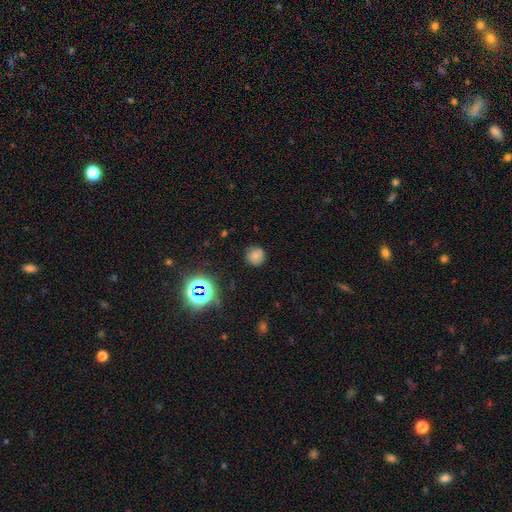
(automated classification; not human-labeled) Q: Smooth or featured?
A: smooth (70%); runner-up: star or artifact (19%)
Q: How rounded?
A: round (92%); runner-up: in between (7%)
Q: Merging?
A: none (84%); runner-up: minor disturbance (12%)